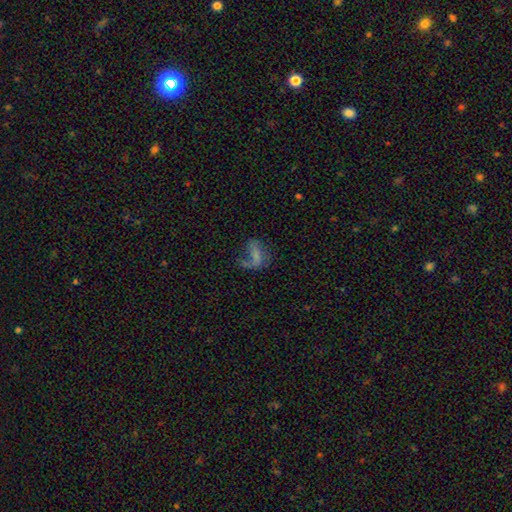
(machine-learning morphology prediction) The model was most divided on "smooth or featured": featured or disk: 46%, smooth: 40%, star or artifact: 13%. Remaining: merging — major disturbance (42%).